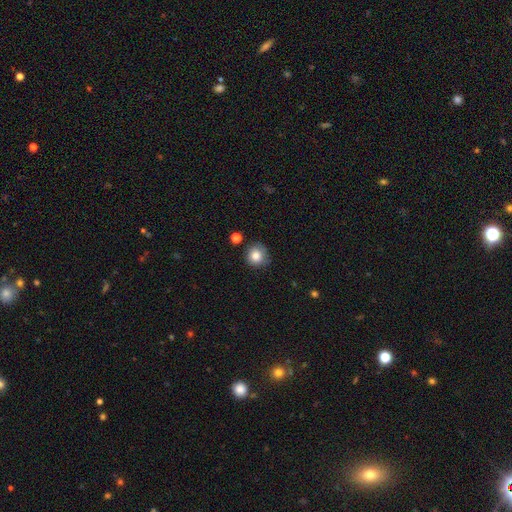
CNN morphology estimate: This is clearly a smooth galaxy (82%). How rounded: clearly round (90%). Merging: likely none (76%).